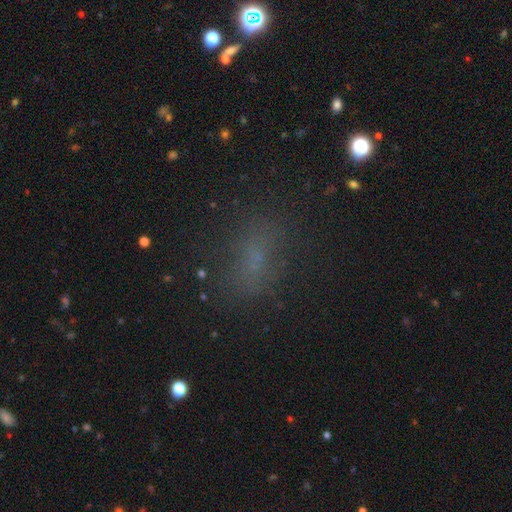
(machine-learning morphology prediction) This is likely a smooth galaxy (60%). How rounded: likely in between (71%). Merging: likely none (75%).